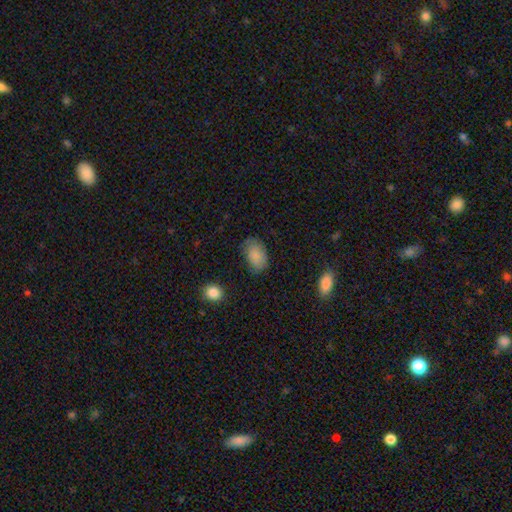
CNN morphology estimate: Overall: smooth (85%). How rounded: in between (91%). Merging: none (73%).